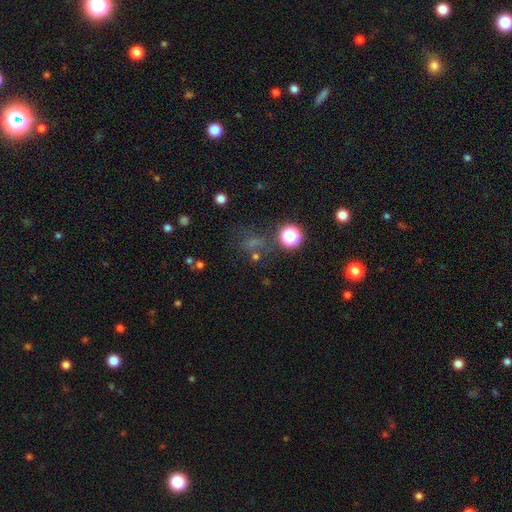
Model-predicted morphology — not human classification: Smooth or featured? Predicted: star or artifact (p=0.44, tied with smooth).